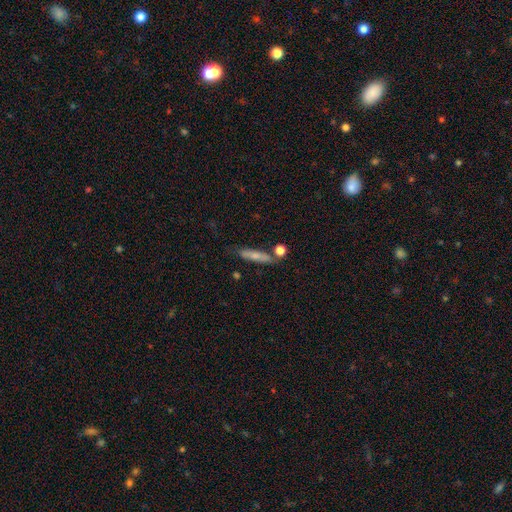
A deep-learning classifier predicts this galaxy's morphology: The model was most divided on "smooth or featured": smooth: 67%, featured or disk: 25%, star or artifact: 7%. More confident: how rounded — cigar-shaped (79%); merging — none (71%).